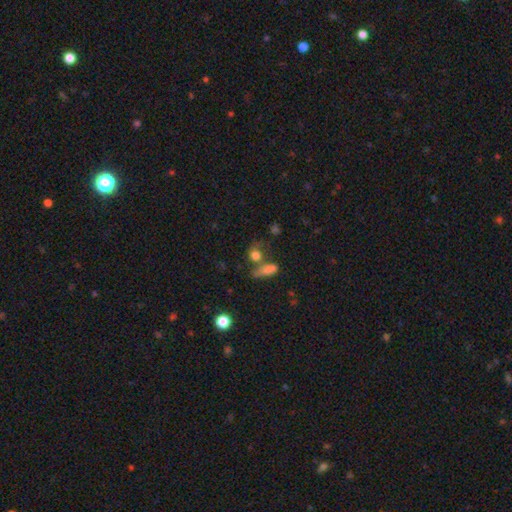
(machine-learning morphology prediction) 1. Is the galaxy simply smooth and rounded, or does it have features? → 73% smooth, 14% star or artifact, 13% featured or disk.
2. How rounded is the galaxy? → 56% round, 37% in between, 7% cigar-shaped.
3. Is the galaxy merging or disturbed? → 43% none, 32% merger, 14% minor disturbance, 11% major disturbance.